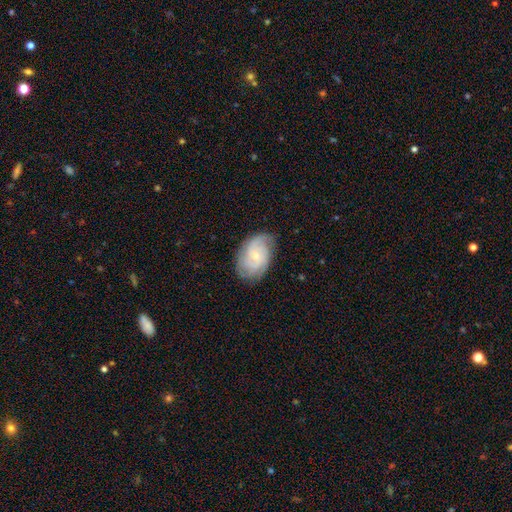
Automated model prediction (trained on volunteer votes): smooth_or_featured: featured or disk (p=0.74) [alt: smooth p=0.19]
disk_edge_on: no (p=0.97) [alt: yes p=0.03]
bar: no (p=0.68) [alt: weak p=0.28]
has_spiral_arms: yes (p=0.94) [alt: no p=0.06]
spiral_winding: tight (p=0.55) [alt: medium p=0.35]
spiral_arm_count: can't tell (p=0.30) [alt: 3 p=0.25]
bulge_size: small (p=0.71) [alt: moderate p=0.25]
merging: none (p=0.76) [alt: minor disturbance p=0.18]